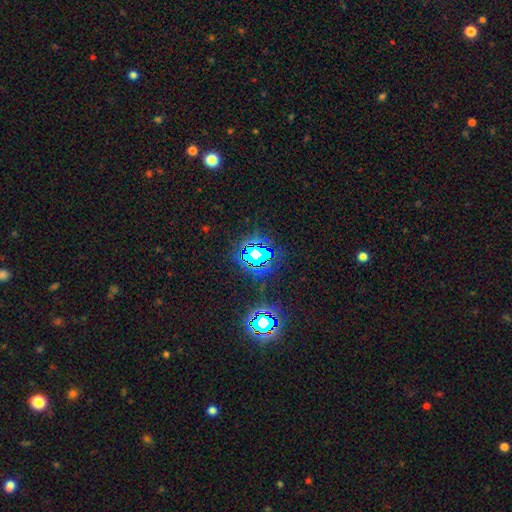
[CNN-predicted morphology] This appears to be a star or artifact, not a galaxy (73%).